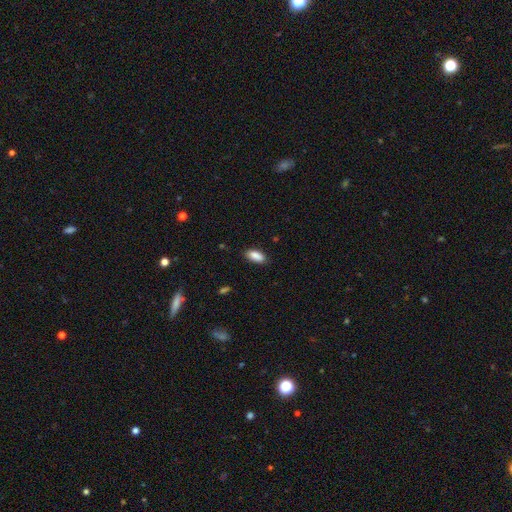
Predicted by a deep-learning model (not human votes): Q: Smooth or featured?
A: smooth (88%); runner-up: star or artifact (7%)
Q: How rounded?
A: in between (86%); runner-up: cigar-shaped (11%)
Q: Merging?
A: none (85%); runner-up: minor disturbance (12%)